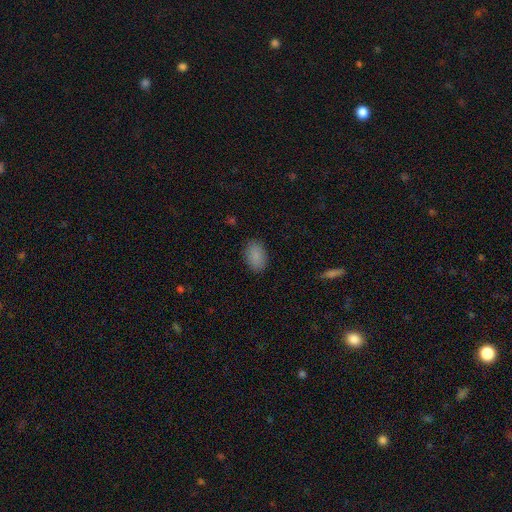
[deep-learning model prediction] A smooth galaxy with no disk features (88%) that is in between round and cigar-shaped (89%). Merging: none (86%).